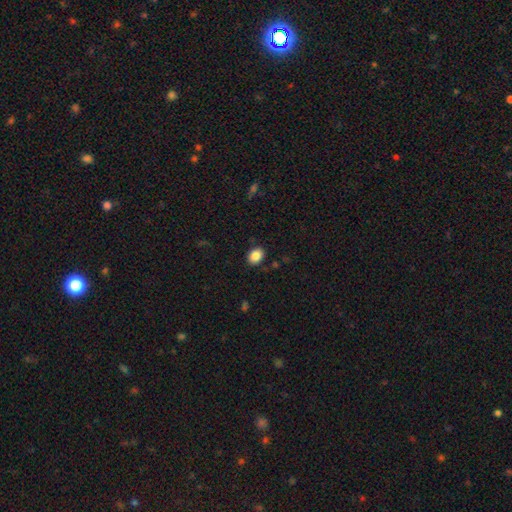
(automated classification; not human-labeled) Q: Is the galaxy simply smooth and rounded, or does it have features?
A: smooth — 87%.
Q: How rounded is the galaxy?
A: in between — 59%.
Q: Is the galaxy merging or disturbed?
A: none — 87%.